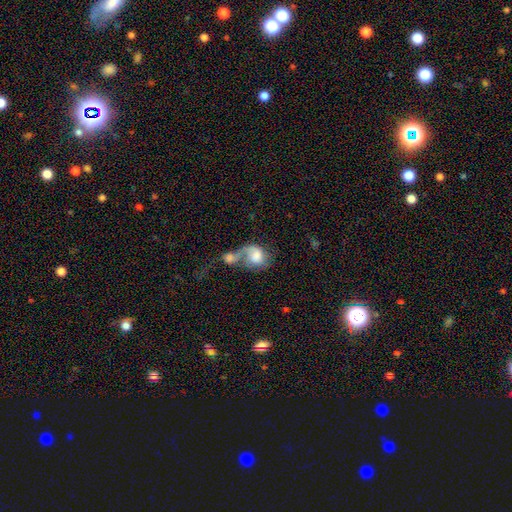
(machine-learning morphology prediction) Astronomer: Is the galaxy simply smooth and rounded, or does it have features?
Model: smooth — 48% (runner-up: featured or disk, 45%).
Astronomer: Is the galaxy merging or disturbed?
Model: merger — 60%.